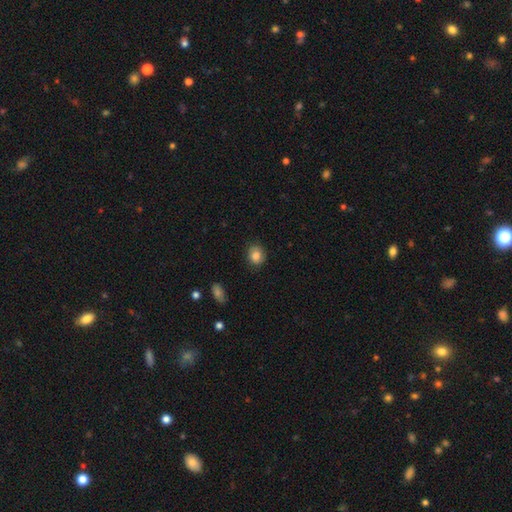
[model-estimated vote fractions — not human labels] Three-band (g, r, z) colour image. It shows a smooth galaxy with no disk features (85%) that is round (65%). Merging: none (84%).